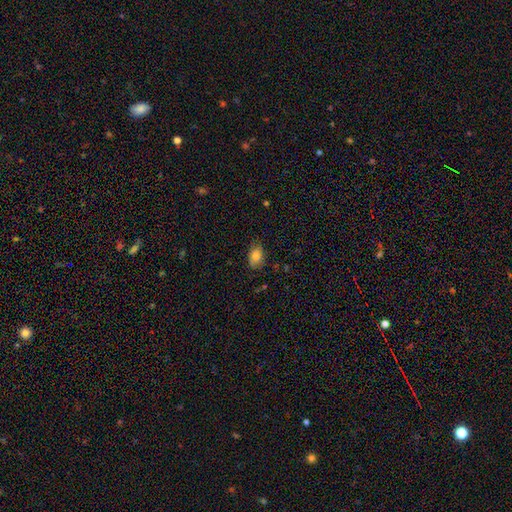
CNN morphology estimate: smooth-or-featured: smooth: 82% | featured or disk: 10% | star or artifact: 8%
  how-rounded: in between: 85% | round: 13% | cigar-shaped: 1%
  merging: none: 77% | minor disturbance: 19% | major disturbance: 3% | merger: 1%